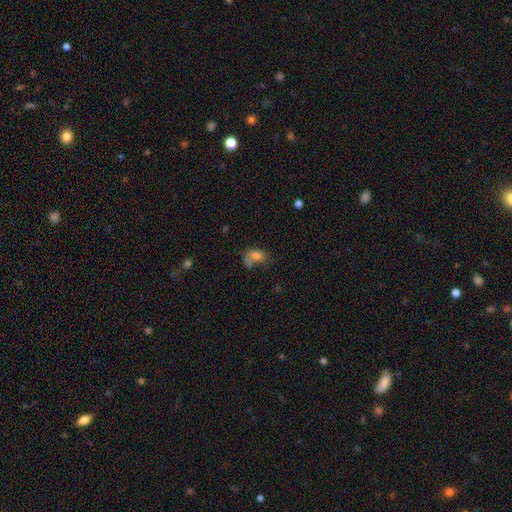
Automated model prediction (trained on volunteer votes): smooth-or-featured: smooth: 69% | featured or disk: 17% | star or artifact: 13%
  how-rounded: in between: 82% | round: 15% | cigar-shaped: 3%
  merging: merger: 31% | none: 30% | major disturbance: 22% | minor disturbance: 17%